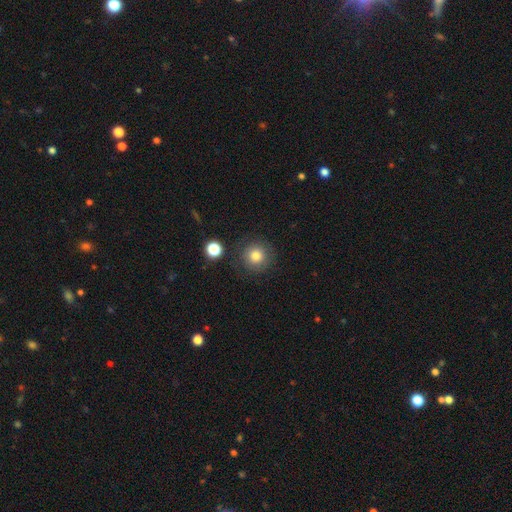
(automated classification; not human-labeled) Overall: smooth (79%). How rounded: round (95%). Merging: none (84%).